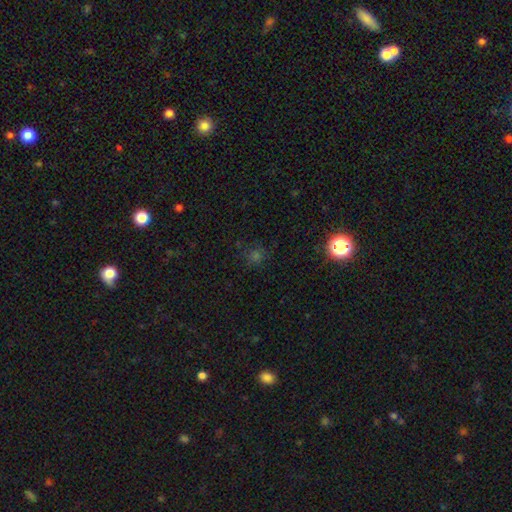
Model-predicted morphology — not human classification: This appears to be a smooth galaxy with no disk features (50%) that is round (91%). Merging: none (84%).